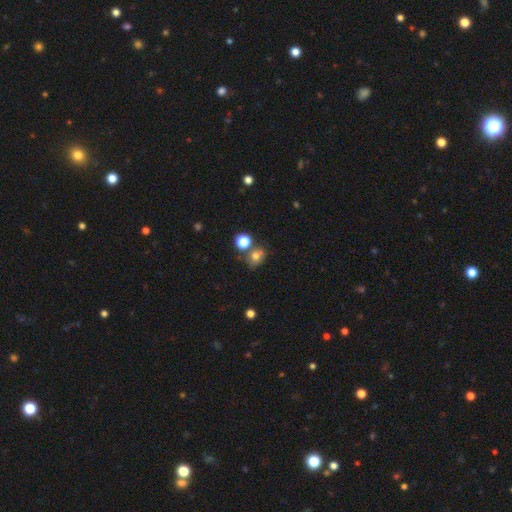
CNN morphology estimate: type=smooth (72%); roundness=round (61%); merging=none (59%).